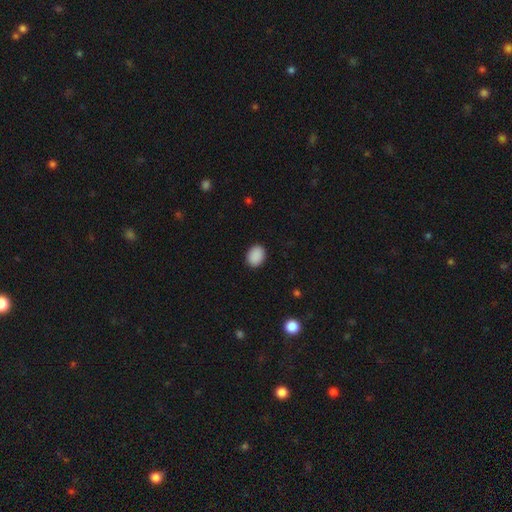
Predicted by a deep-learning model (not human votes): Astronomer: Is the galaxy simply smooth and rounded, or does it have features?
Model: smooth — 90%.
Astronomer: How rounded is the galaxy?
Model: in between — 64%.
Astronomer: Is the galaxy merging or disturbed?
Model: none — 89%.